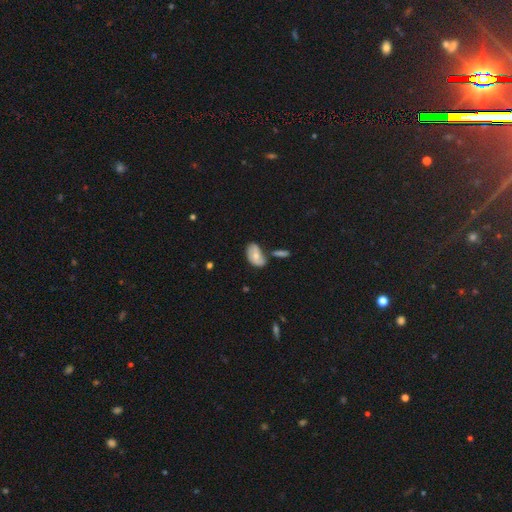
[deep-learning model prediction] This appears to be a smooth galaxy with no disk features (53%) that is in between round and cigar-shaped (90%). Merging: none (48%).